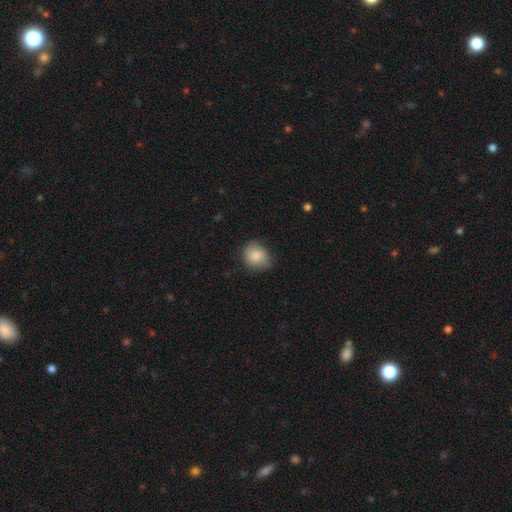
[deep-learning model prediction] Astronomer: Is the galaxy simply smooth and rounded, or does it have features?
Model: smooth — 82%.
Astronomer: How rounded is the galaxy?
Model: round — 70%.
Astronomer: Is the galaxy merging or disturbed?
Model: none — 72%.